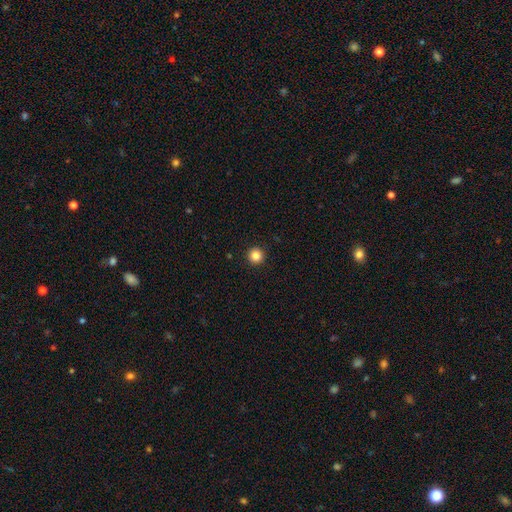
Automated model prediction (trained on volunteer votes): Morphology: type=smooth (85%); roundness=round (96%); merging=none (94%).